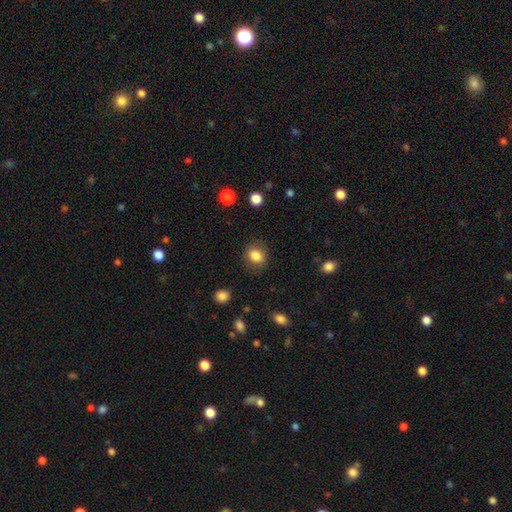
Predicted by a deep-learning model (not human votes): The model was most divided on "how rounded": round: 63%, in between: 36%, cigar-shaped: 1%. More confident: smooth or featured — smooth (85%); merging — none (83%).